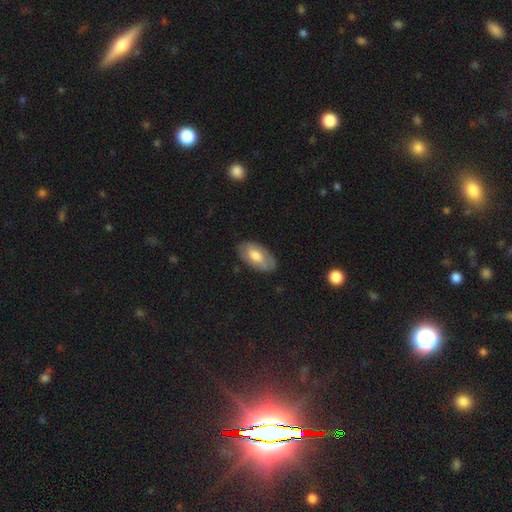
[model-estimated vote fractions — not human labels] smooth-or-featured: smooth: 60% | featured or disk: 34% | star or artifact: 6%
  how-rounded: in between: 94% | round: 4% | cigar-shaped: 2%
  merging: none: 79% | minor disturbance: 16% | major disturbance: 4% | merger: 1%